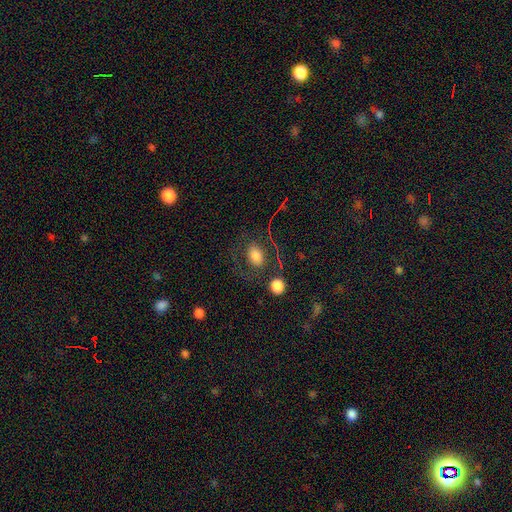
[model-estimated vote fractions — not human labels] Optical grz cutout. It shows a smooth galaxy with no disk features (64%) that is in between round and cigar-shaped (67%). Merging: none (66%).